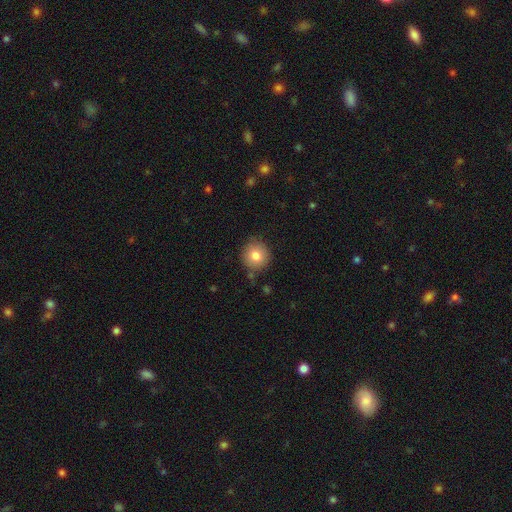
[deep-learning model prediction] Smooth or featured: smooth — 81% (star or artifact — 10%)
How rounded: round — 92% (in between — 7%)
Merging: none — 84% (minor disturbance — 11%)